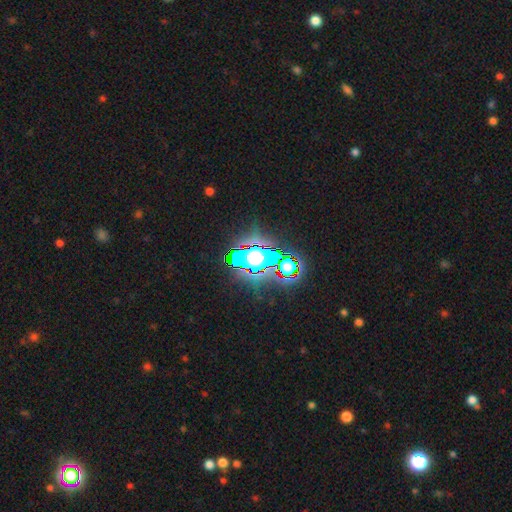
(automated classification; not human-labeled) Smooth or featured?
  - star or artifact: 79% *
  - featured or disk: 11%
  - smooth: 10%